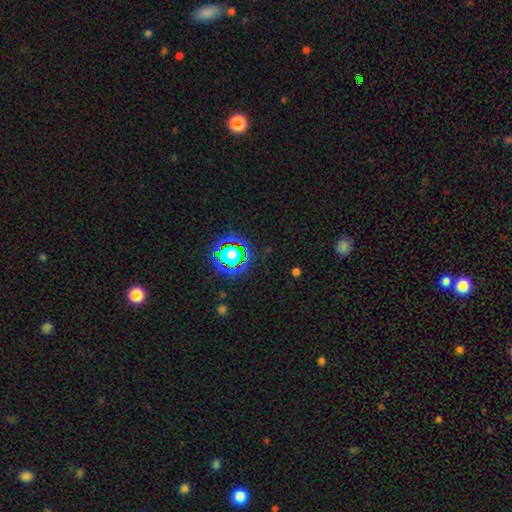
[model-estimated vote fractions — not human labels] star or artifact 78%, smooth 14%, featured or disk 8%.